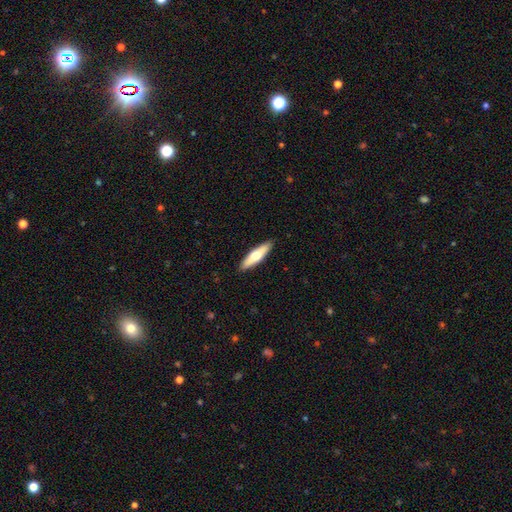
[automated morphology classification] smooth_or_featured: smooth (p=0.56) [alt: featured or disk p=0.39]
how_rounded: cigar-shaped (p=0.67) [alt: in between p=0.32]
merging: none (p=0.91) [alt: minor disturbance p=0.07]